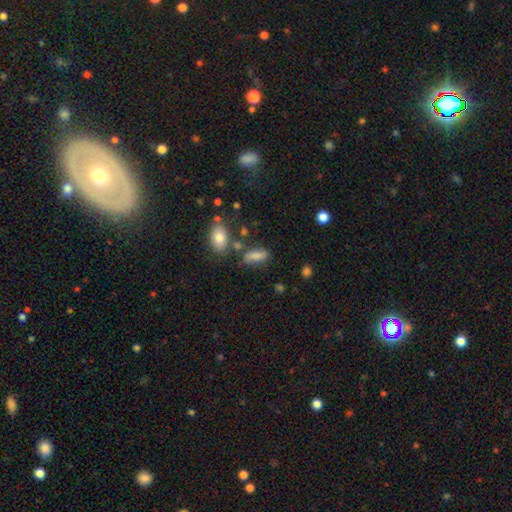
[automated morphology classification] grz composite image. It shows a smooth galaxy with no disk features (73%) that is in between round and cigar-shaped (73%). Merging: none (55%).